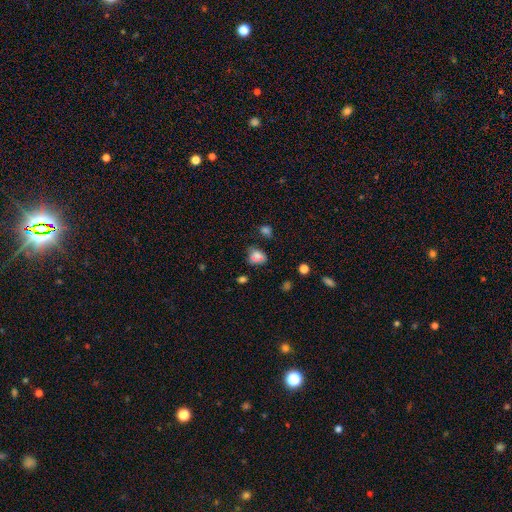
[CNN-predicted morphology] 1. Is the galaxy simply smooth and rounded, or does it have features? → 65% smooth, 20% star or artifact, 15% featured or disk.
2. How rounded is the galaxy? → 53% round, 45% in between, 2% cigar-shaped.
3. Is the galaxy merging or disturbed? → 51% none, 22% merger, 18% minor disturbance, 9% major disturbance.